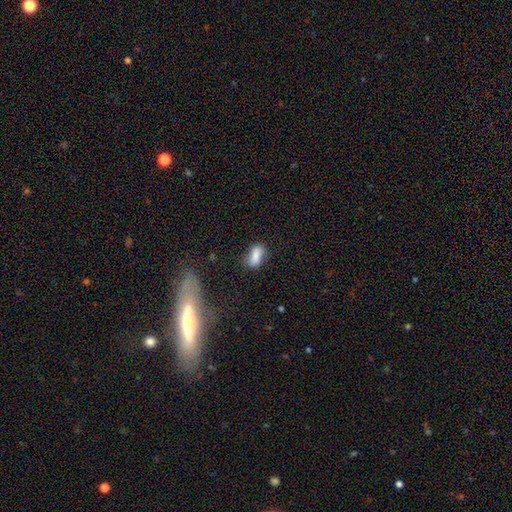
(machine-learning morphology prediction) A smooth galaxy with no disk features (79%) that is in between round and cigar-shaped (83%).

Vote fractions:
- Smooth or featured? smooth: 79% / featured or disk: 13% / star or artifact: 9%
- How rounded? in between: 83% / cigar-shaped: 9% / round: 7%
- Merging? none: 66% / minor disturbance: 22% / major disturbance: 6% / merger: 6%